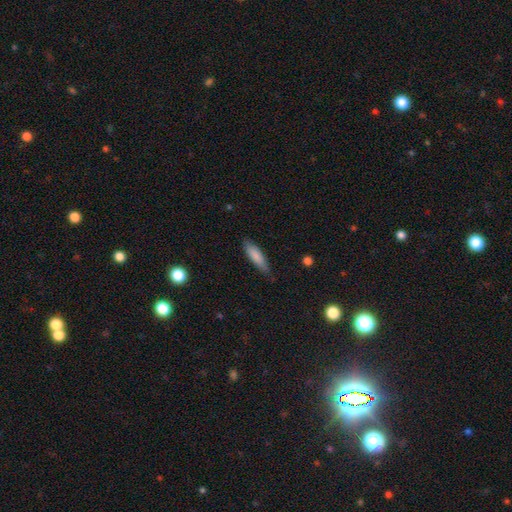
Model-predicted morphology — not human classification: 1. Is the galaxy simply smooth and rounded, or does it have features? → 83% smooth, 11% featured or disk, 6% star or artifact.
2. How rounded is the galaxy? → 66% cigar-shaped, 33% in between, 1% round.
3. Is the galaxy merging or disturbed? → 80% none, 16% minor disturbance, 3% major disturbance, 1% merger.